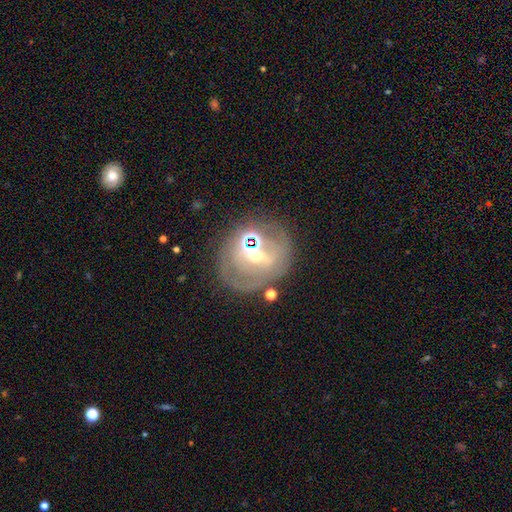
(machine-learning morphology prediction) smooth-or-featured: featured or disk: 58% | smooth: 26% | star or artifact: 16%
  disk-edge-on: no: 93% | yes: 7%
    bar: weak: 34% | no: 33% | strong: 33%
    has-spiral-arms: no: 59% | yes: 41%
    bulge-size: moderate: 51% | small: 41% | large: 5% | none: 2% | dominant: 2%
  merging: none: 69% | minor disturbance: 15% | major disturbance: 9% | merger: 7%